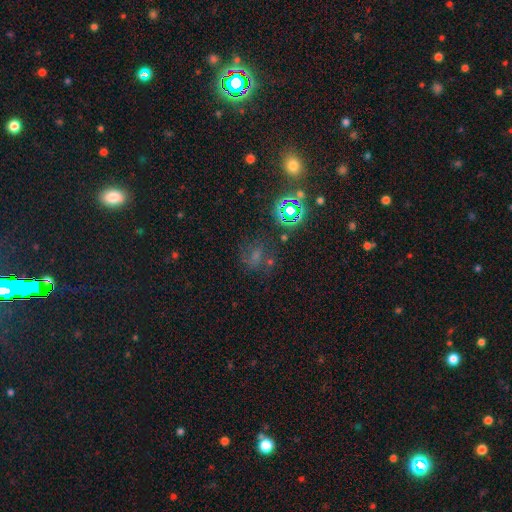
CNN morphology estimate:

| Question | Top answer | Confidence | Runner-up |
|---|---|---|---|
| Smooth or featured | star or artifact | 45% | smooth (35%) |